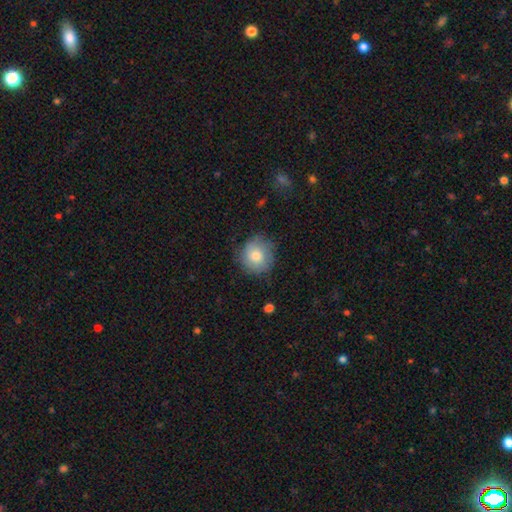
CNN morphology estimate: Smooth or featured?
  - smooth: 75% *
  - featured or disk: 17%
  - star or artifact: 8%
How rounded?
  - round: 88% *
  - in between: 11%
  - cigar-shaped: 1%
Merging?
  - none: 74% *
  - minor disturbance: 19%
  - major disturbance: 5%
  - merger: 1%